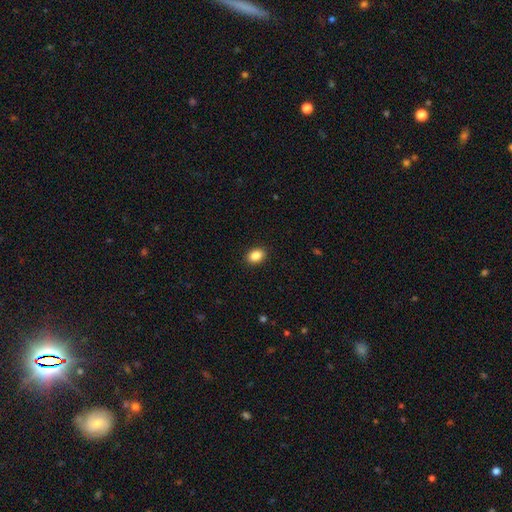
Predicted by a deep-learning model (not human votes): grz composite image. It shows a smooth galaxy with no disk features (87%) that is in between round and cigar-shaped (73%). Merging: none (90%).